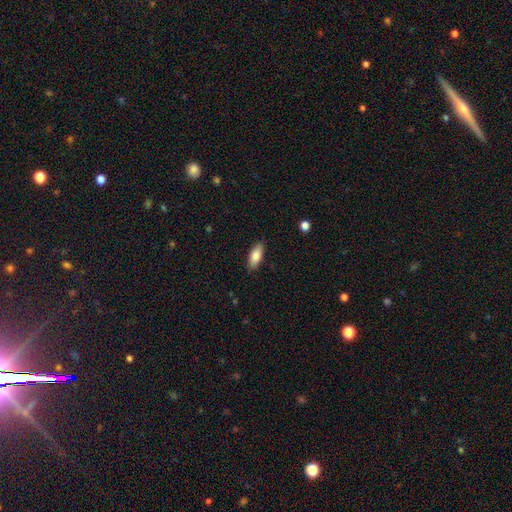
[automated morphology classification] Overall: smooth (81%). How rounded: in between (79%). Merging: none (87%).